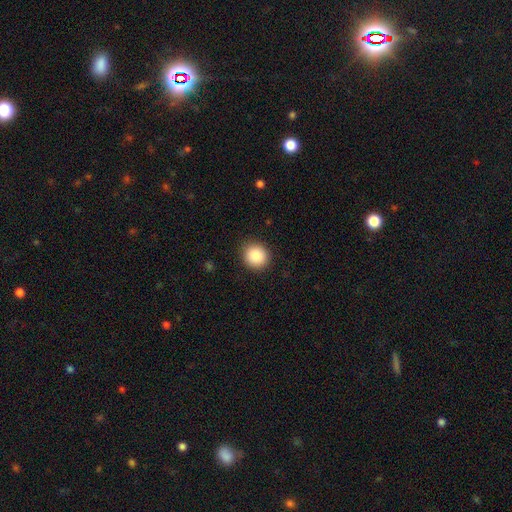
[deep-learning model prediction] Overall: smooth (88%). How rounded: round (88%). Merging: none (90%).